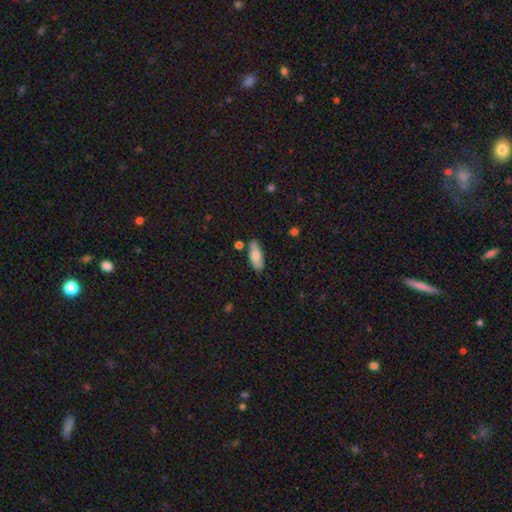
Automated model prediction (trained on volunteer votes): Q: Smooth or featured?
A: smooth (76%); runner-up: featured or disk (17%)
Q: How rounded?
A: in between (69%); runner-up: cigar-shaped (28%)
Q: Merging?
A: none (81%); runner-up: minor disturbance (13%)